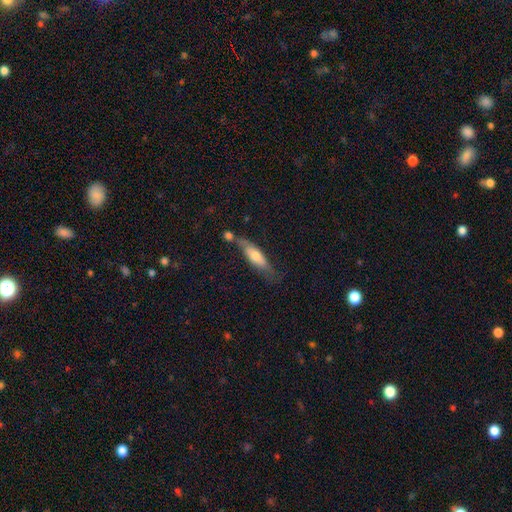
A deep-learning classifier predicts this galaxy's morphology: The model was most divided on "smooth or featured": smooth: 59%, featured or disk: 35%, star or artifact: 6%. Remaining: how rounded — cigar-shaped (62%); merging — none (50%).